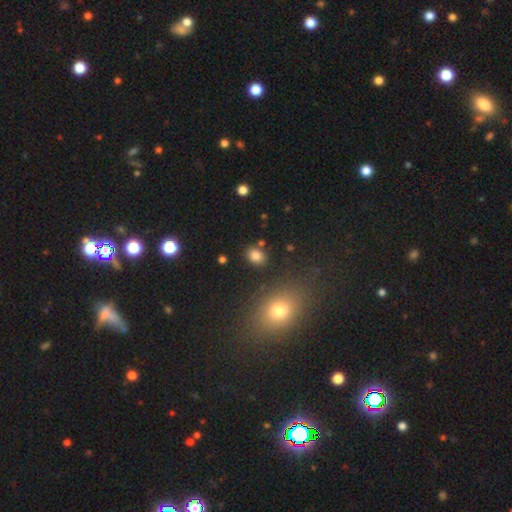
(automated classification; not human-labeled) Overall: smooth (82%). How rounded: in between (56%; round 42%). Merging: none (86%).